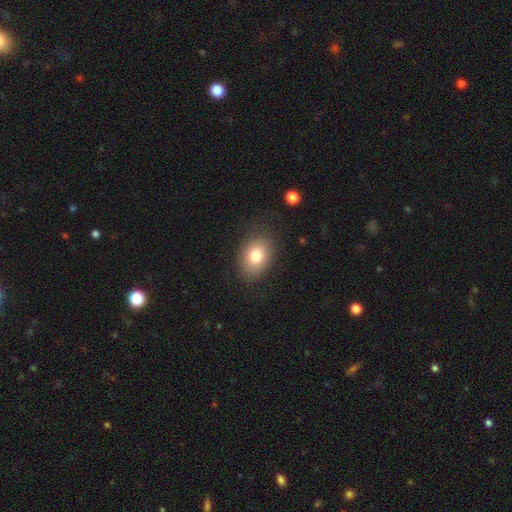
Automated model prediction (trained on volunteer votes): Smooth or featured? Predicted: smooth (p=0.79). How rounded? Predicted: in between (p=0.76). Merging? Predicted: none (p=0.83).